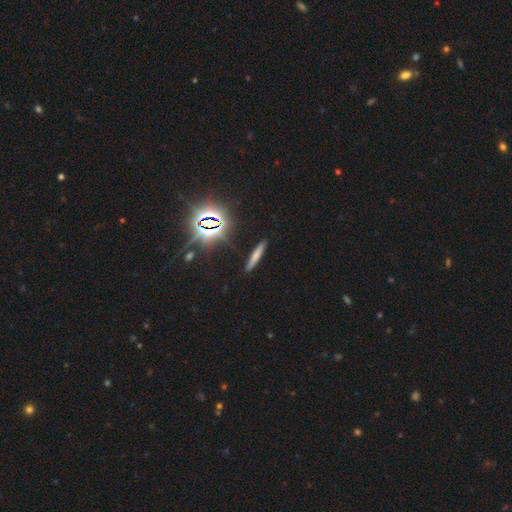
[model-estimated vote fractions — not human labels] smooth-or-featured: smooth: 60% | star or artifact: 20% | featured or disk: 20%
  how-rounded: cigar-shaped: 91% | in between: 6% | round: 2%
  merging: none: 89% | minor disturbance: 8% | major disturbance: 2% | merger: 2%